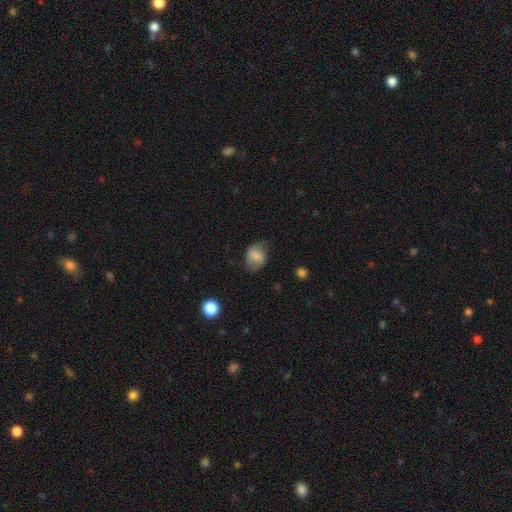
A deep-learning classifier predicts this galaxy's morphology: smooth 63%, featured or disk 28%, star or artifact 8%. Down the decision tree: how rounded — in between (56%); merging — none (58%).